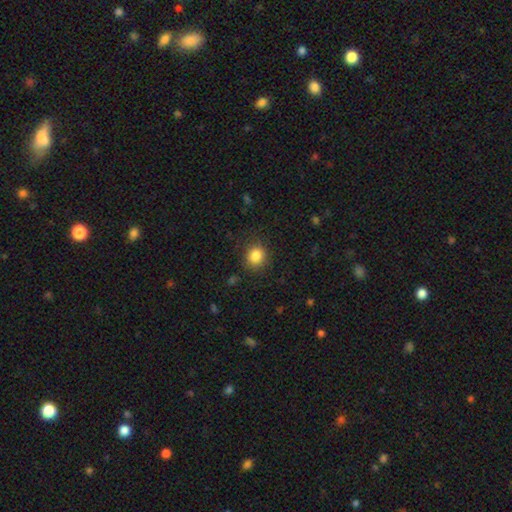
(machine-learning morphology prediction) Smooth or featured? Predicted: smooth (p=0.85). How rounded? Predicted: round (p=0.82). Merging? Predicted: none (p=0.85).